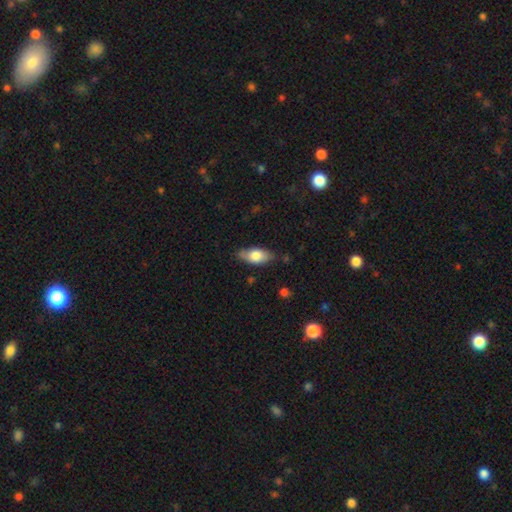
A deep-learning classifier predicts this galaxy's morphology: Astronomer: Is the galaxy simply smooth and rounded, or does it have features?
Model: smooth — 72%.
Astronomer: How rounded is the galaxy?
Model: in between — 85%.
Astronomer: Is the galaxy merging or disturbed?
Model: none — 74%.